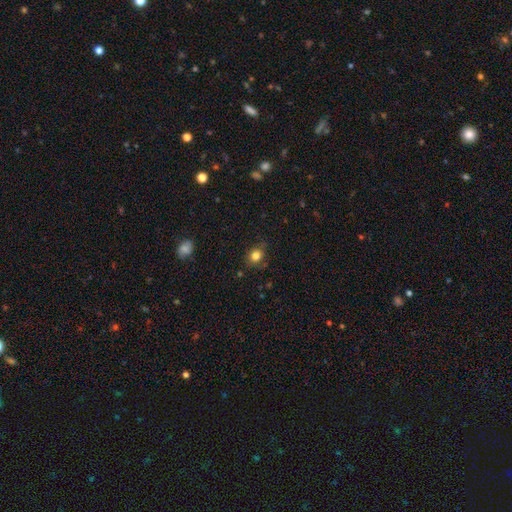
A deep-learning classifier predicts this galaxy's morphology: A smooth galaxy with no disk features (82%) that is round (64%).

Vote fractions:
- Smooth or featured? smooth: 82% / star or artifact: 11% / featured or disk: 6%
- How rounded? round: 64% / in between: 35% / cigar-shaped: 1%
- Merging? none: 78% / minor disturbance: 17% / major disturbance: 4% / merger: 2%